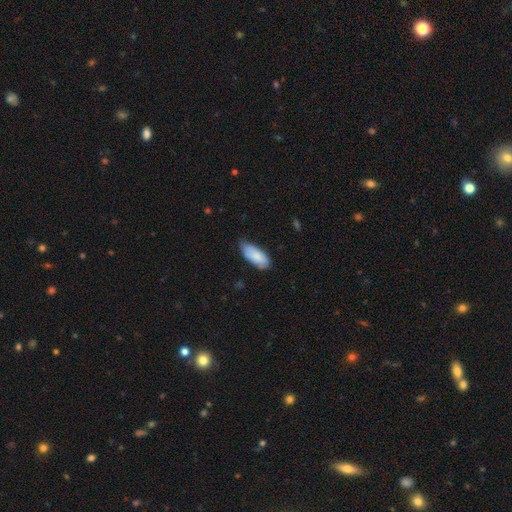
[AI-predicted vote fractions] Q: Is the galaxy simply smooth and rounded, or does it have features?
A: smooth — 85%.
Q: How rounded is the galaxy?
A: in between — 85%.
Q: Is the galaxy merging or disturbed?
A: none — 67%.